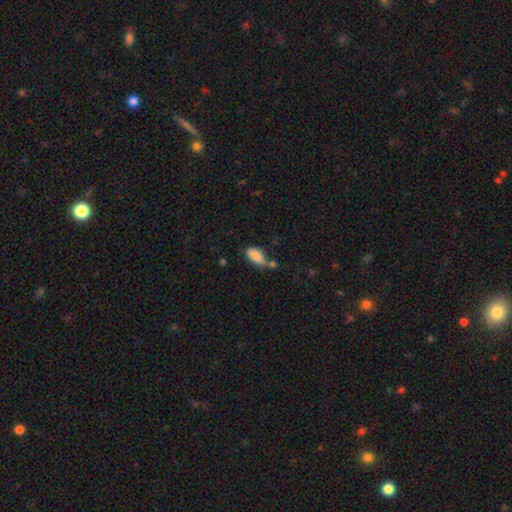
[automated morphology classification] type=smooth (84%); roundness=in between (89%); merging=none (46%).